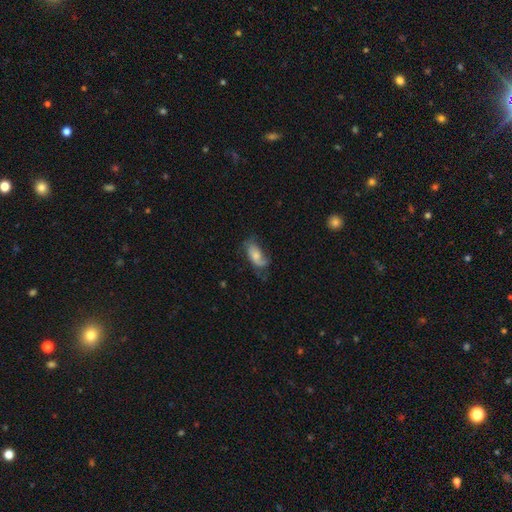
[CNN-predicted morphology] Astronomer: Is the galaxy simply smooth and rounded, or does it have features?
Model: smooth — 52% (runner-up: featured or disk, 40%).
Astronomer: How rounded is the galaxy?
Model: in between — 88%.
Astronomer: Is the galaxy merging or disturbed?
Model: none — 49% (runner-up: minor disturbance, 29%).